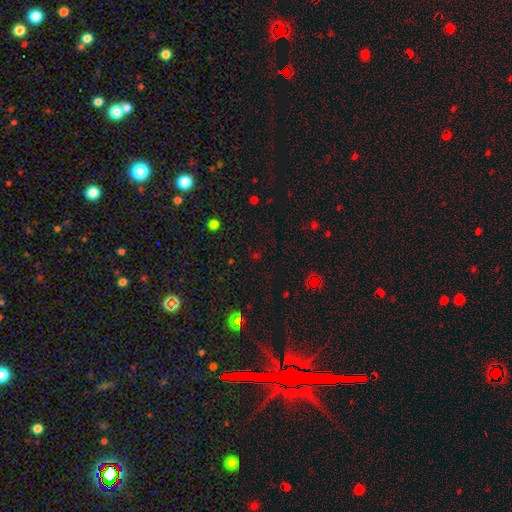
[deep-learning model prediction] The model was most divided on "smooth or featured": star or artifact: 67%, smooth: 26%, featured or disk: 7%.